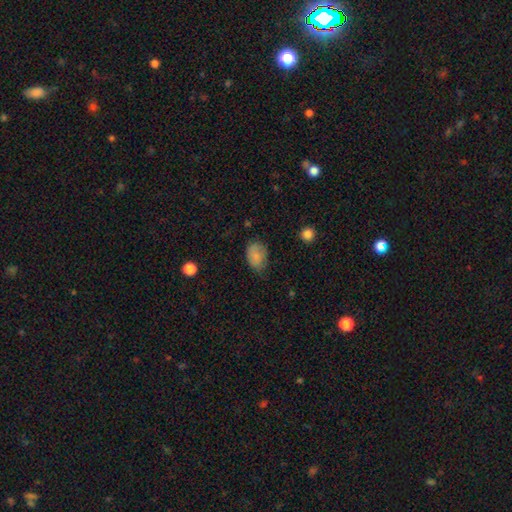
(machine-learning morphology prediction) This appears to be a smooth galaxy with no disk features (83%) that is in between round and cigar-shaped (80%). Merging: none (65%).